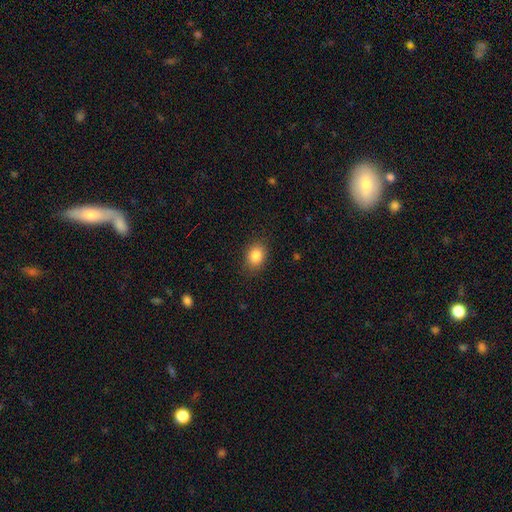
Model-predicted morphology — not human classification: The model was most divided on "how rounded": in between: 60%, round: 39%, cigar-shaped: 1%. More confident: smooth or featured — smooth (86%); merging — none (86%).